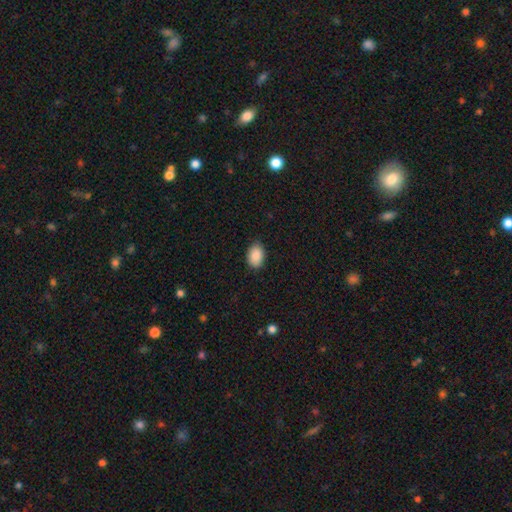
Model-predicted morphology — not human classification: smooth 89%, star or artifact 7%, featured or disk 4%. Down the decision tree: how rounded — in between (83%); merging — none (85%).